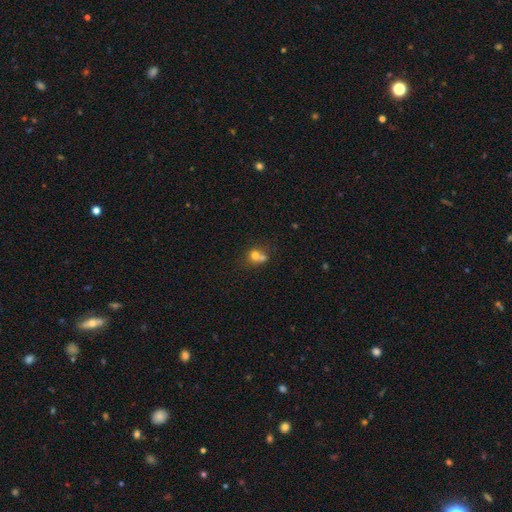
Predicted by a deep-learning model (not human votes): smooth_or_featured: smooth (p=0.70) [alt: featured or disk p=0.17]
how_rounded: round (p=0.68) [alt: in between p=0.30]
merging: merger (p=0.56) [alt: none p=0.29]